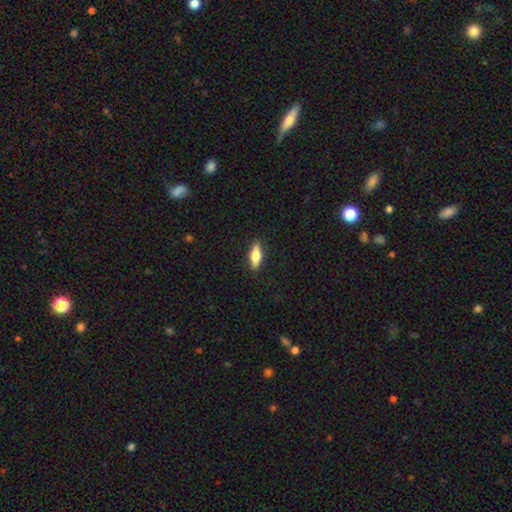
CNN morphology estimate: type=smooth (56%); roundness=in between (53%); merging=none (89%).